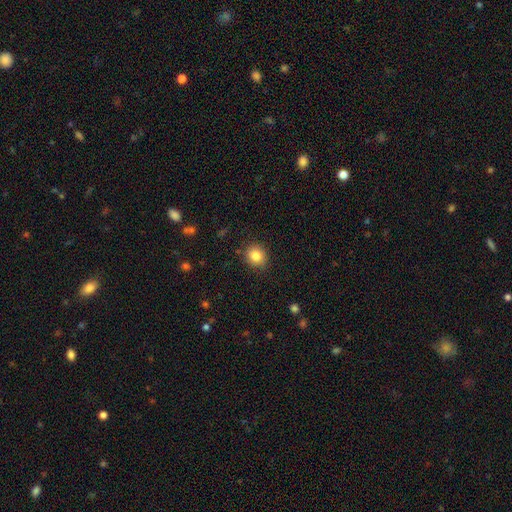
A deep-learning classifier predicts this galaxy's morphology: This appears to be a smooth galaxy with no disk features (85%) that is round (76%). Merging: none (86%).